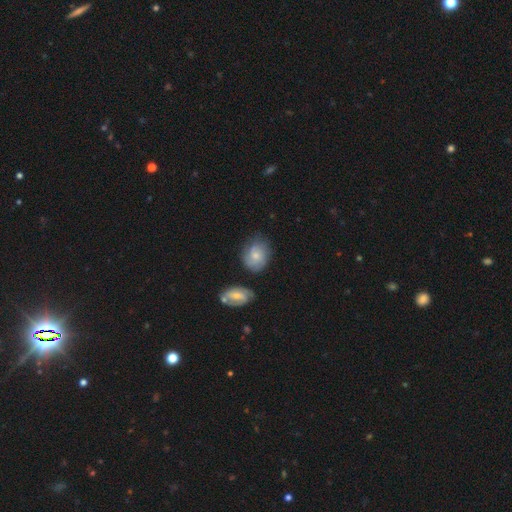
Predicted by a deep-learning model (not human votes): The model was most divided on "how rounded": in between: 50%, round: 48%, cigar-shaped: 1%. More confident: merging — none (61%); smooth or featured — smooth (54%).